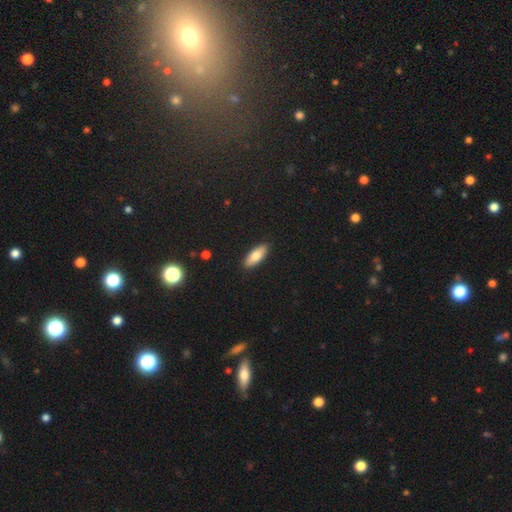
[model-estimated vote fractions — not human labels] Smooth or featured: smooth — 79% (featured or disk — 15%)
How rounded: in between — 75% (cigar-shaped — 23%)
Merging: none — 90% (minor disturbance — 8%)